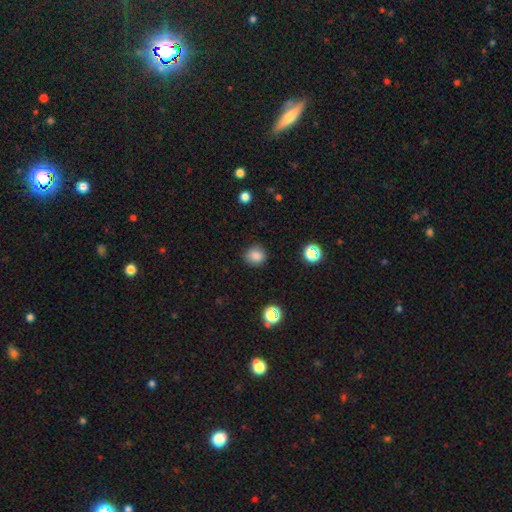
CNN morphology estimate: This is clearly a smooth galaxy (84%). How rounded: clearly round (85%). Merging: clearly none (88%).